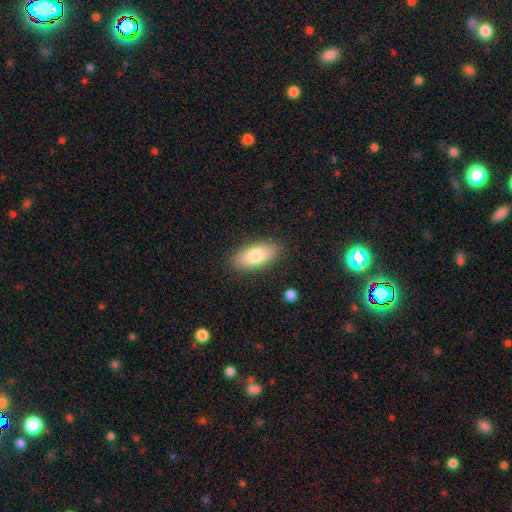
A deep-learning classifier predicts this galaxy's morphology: Smooth or featured: smooth — 78% (featured or disk — 15%)
How rounded: in between — 87% (cigar-shaped — 11%)
Merging: none — 87% (minor disturbance — 10%)